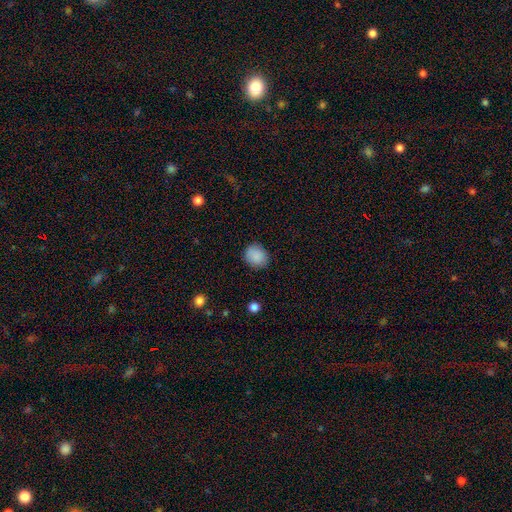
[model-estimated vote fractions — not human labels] Smooth or featured: smooth — 88% (star or artifact — 8%)
How rounded: round — 69% (in between — 30%)
Merging: none — 85% (minor disturbance — 11%)